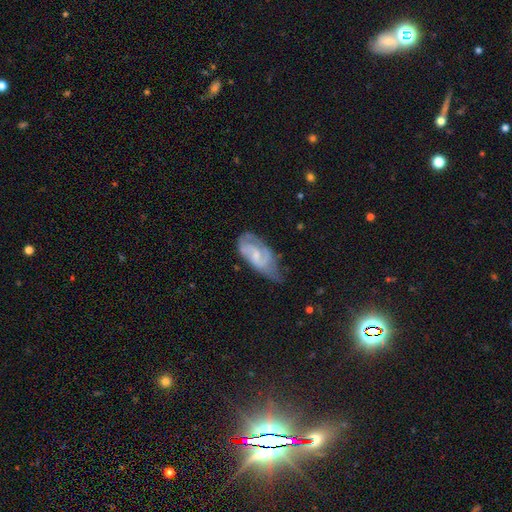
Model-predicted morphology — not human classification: This is likely a featured or disk galaxy (71%). It is clearly not viewed edge-on (95%). Bar: possibly weak (45%, tied with no). Spiral arm pattern: clearly yes (88%). Spiral arm count: likely 2 (63%). Spiral winding: marginally medium (44%). Central bulge: possibly small (58%). Merging: marginally none (42%).